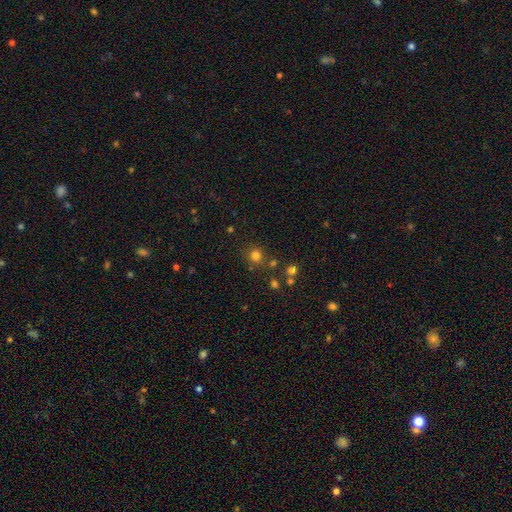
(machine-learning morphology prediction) A smooth galaxy with no disk features (76%) that is round (92%). Merging: none (81%).